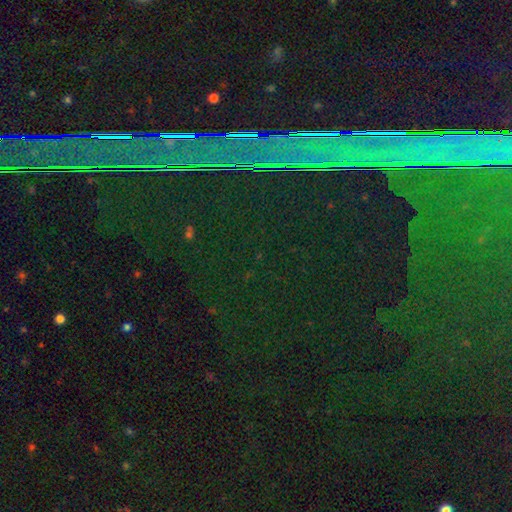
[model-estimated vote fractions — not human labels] This appears to be a star or artifact, not a galaxy (86%).